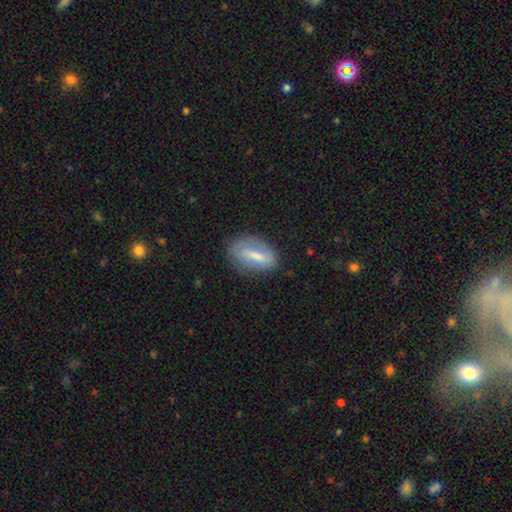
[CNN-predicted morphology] Q: Smooth or featured?
A: smooth (58%); runner-up: featured or disk (34%)
Q: How rounded?
A: in between (77%); runner-up: cigar-shaped (17%)
Q: Merging?
A: none (72%); runner-up: minor disturbance (20%)